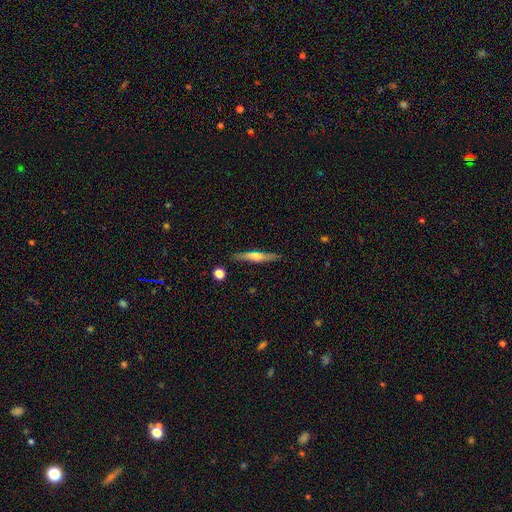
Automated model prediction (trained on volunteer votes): This is possibly a featured or disk galaxy (53%). It is clearly viewed edge-on (94%). Merging: clearly none (86%).